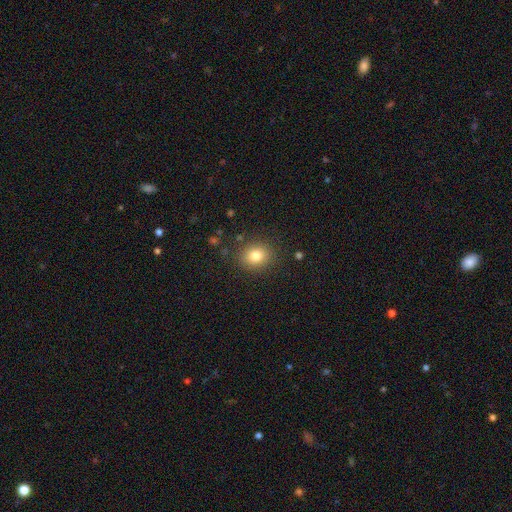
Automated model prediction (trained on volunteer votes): This is clearly a smooth galaxy (80%). How rounded: likely round (64%). Merging: clearly none (86%).